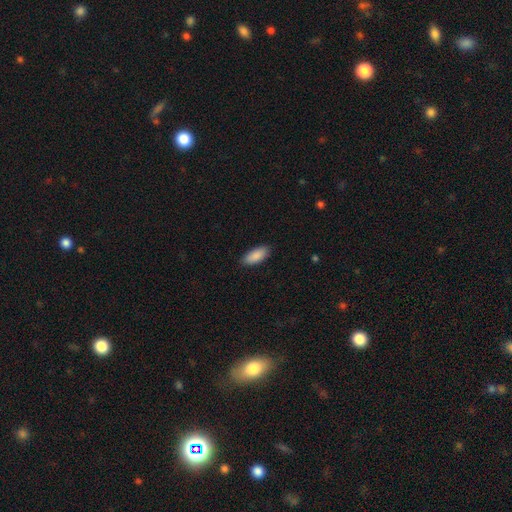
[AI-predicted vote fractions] Smooth or featured? Predicted: smooth (p=0.90). How rounded? Predicted: in between (p=0.85). Merging? Predicted: none (p=0.87).